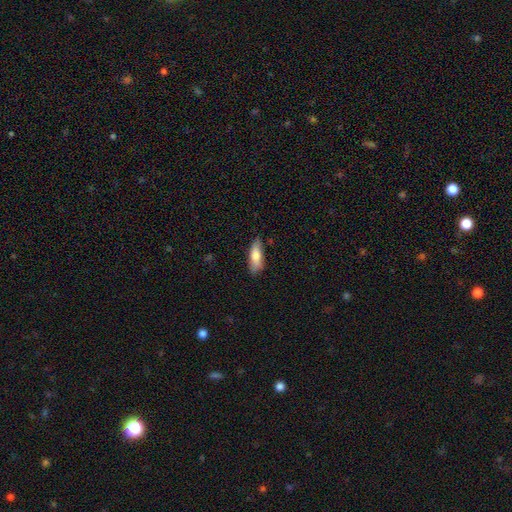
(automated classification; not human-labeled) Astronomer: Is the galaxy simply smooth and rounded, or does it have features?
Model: smooth — 75%.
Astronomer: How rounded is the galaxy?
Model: in between — 67%.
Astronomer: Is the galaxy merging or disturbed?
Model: none — 75%.